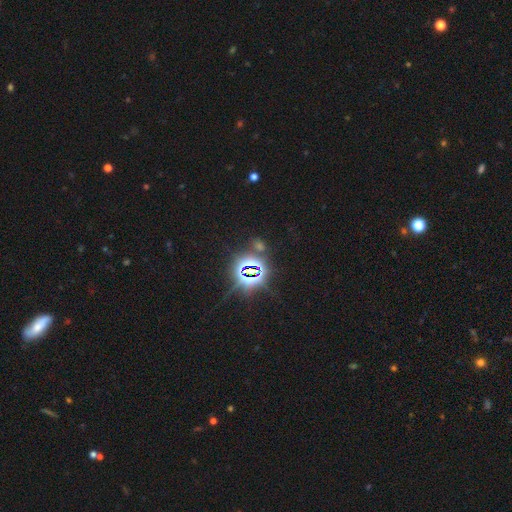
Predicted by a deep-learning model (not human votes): Overall: star or artifact (83%).